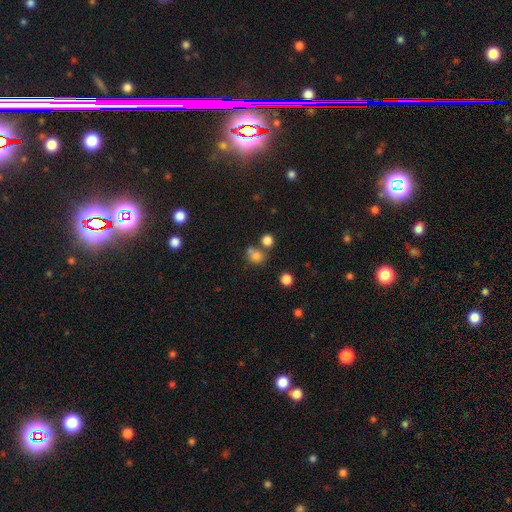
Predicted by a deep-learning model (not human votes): Smooth or featured? smooth (77%)
How rounded? round (73%)
Merging? none (53%)